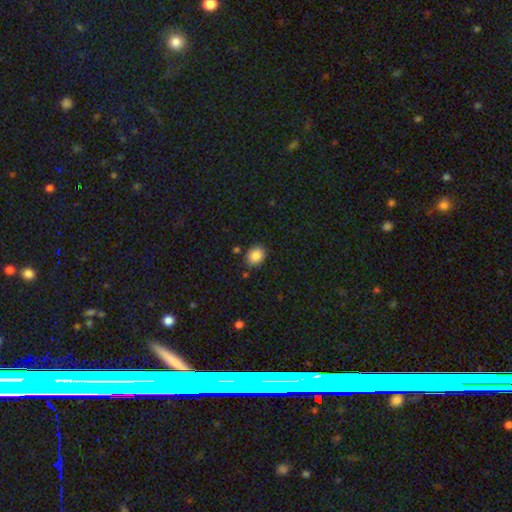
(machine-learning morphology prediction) This appears to be a smooth galaxy with no disk features (87%) that is in between round and cigar-shaped (52%). Merging: none (84%).